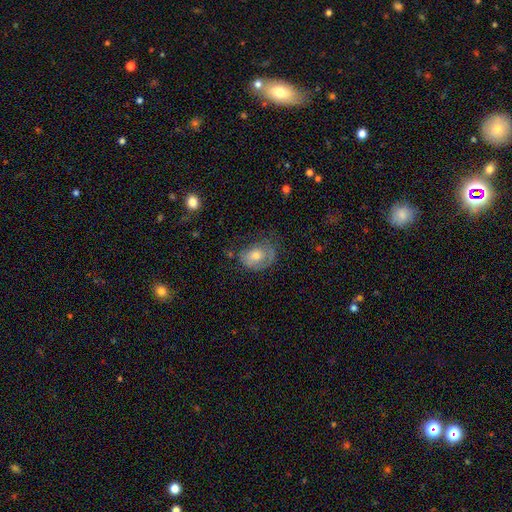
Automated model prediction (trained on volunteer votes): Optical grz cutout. It shows a smooth galaxy with no disk features (51%) that is in between round and cigar-shaped (59%). Merging: none (48%).